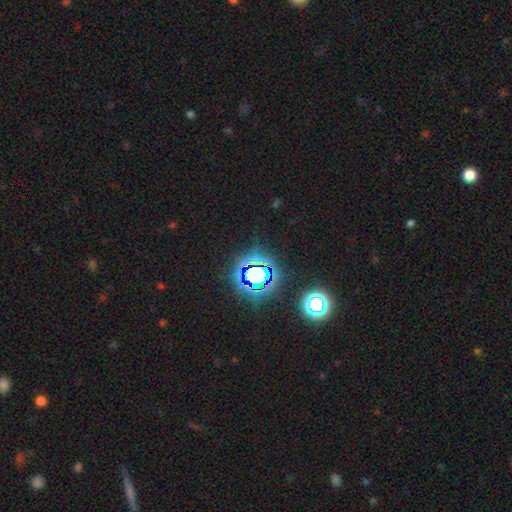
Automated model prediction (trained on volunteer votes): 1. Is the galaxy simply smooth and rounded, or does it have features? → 78% star or artifact, 15% smooth, 6% featured or disk.